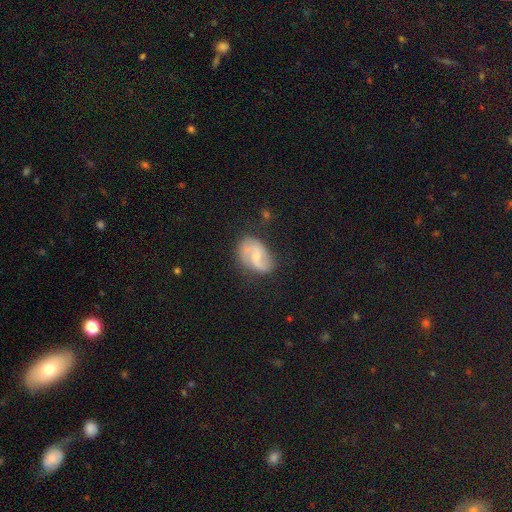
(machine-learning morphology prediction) featured or disk 70%, smooth 23%, star or artifact 7%. Down the decision tree: edge-on disk — no (97%); bar — weak (50%); spiral arms — yes (92%); spiral arm count — 2 (83%); spiral winding — medium (47%); bulge size — small (46%); merging — none (66%).